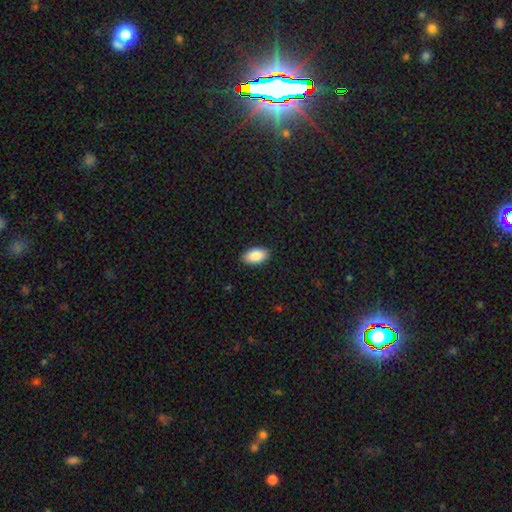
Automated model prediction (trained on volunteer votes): A smooth galaxy with no disk features (90%) that is in between round and cigar-shaped (95%). Merging: none (89%).